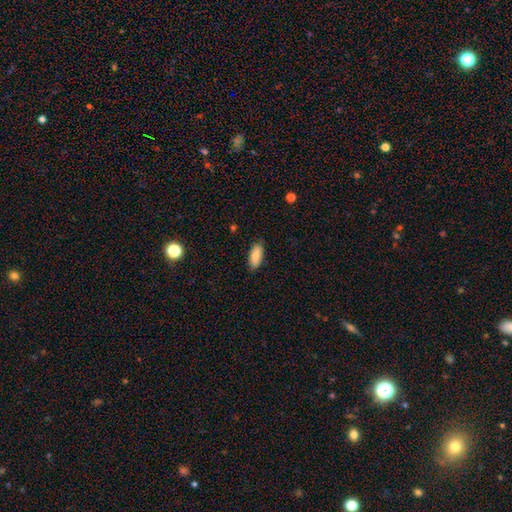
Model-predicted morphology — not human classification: This is clearly a smooth galaxy (81%). How rounded: clearly in between (84%). Merging: clearly none (85%).